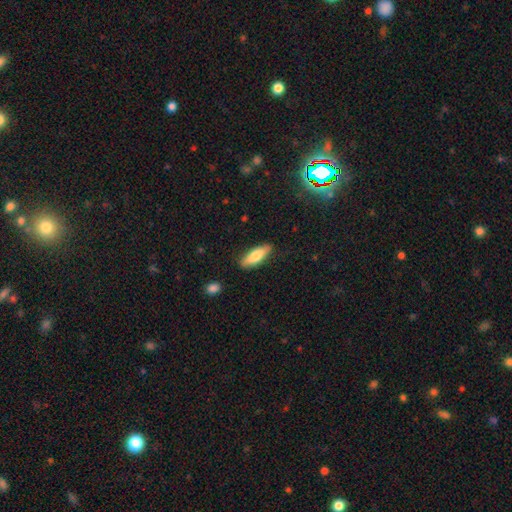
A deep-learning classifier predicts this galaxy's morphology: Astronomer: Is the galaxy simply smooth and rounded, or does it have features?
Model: smooth — 76%.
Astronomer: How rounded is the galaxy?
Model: in between — 54% (runner-up: cigar-shaped, 44%).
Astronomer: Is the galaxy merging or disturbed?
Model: none — 84%.